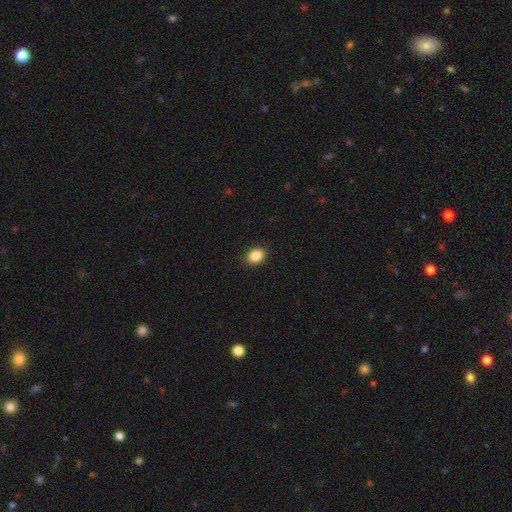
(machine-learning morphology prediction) smooth 87%, star or artifact 9%, featured or disk 4%. Down the decision tree: how rounded — in between (69%); merging — none (90%).